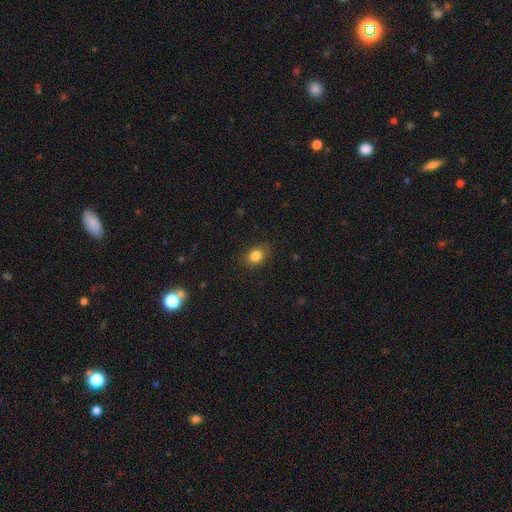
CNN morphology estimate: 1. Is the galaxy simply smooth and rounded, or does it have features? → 83% smooth, 10% star or artifact, 6% featured or disk.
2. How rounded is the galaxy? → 62% in between, 37% round, 1% cigar-shaped.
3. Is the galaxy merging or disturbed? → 86% none, 11% minor disturbance, 3% major disturbance, 1% merger.